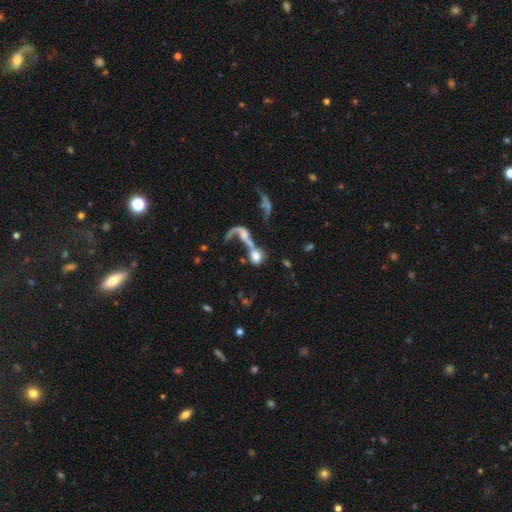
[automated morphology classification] Smooth or featured? Predicted: smooth (p=0.58). How rounded? Predicted: round (p=0.59). Merging? Predicted: merger (p=0.58).